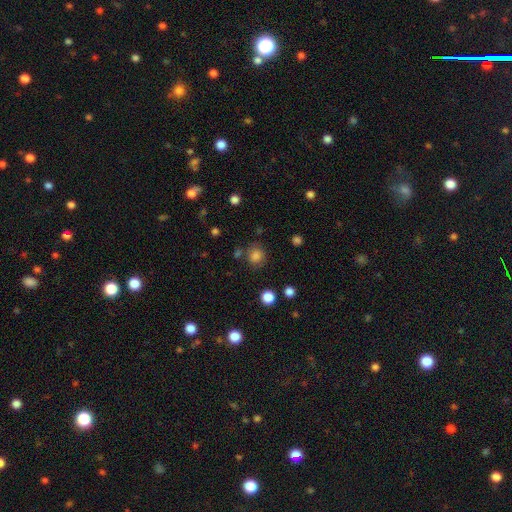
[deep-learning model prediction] Smooth or featured?
  - smooth: 81% *
  - star or artifact: 13%
  - featured or disk: 5%
How rounded?
  - round: 81% *
  - in between: 18%
  - cigar-shaped: 1%
Merging?
  - none: 78% *
  - minor disturbance: 12%
  - merger: 6%
  - major disturbance: 5%